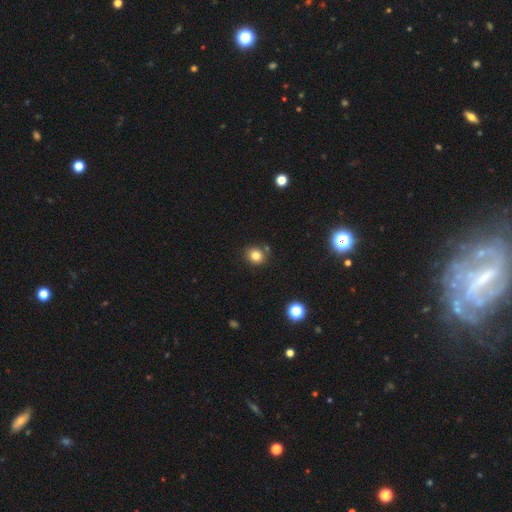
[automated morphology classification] smooth-or-featured: smooth: 80% | star or artifact: 13% | featured or disk: 7%
  how-rounded: round: 80% | in between: 19% | cigar-shaped: 1%
  merging: none: 81% | minor disturbance: 10% | merger: 6% | major disturbance: 2%